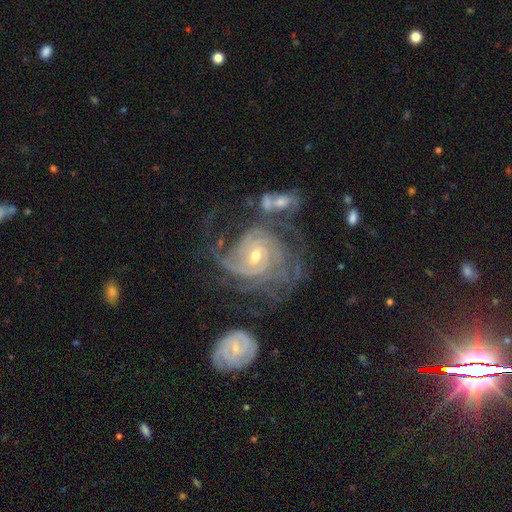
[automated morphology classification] Q: Smooth or featured?
A: featured or disk (89%); runner-up: star or artifact (6%)
Q: Edge-on disk?
A: no (97%); runner-up: yes (3%)
Q: Bar?
A: no (49%); runner-up: weak (38%)
Q: Spiral arms?
A: yes (97%); runner-up: no (3%)
Q: Spiral winding?
A: tight (71%); runner-up: medium (23%)
Q: Spiral arm count?
A: can't tell (28%); runner-up: 3 (25%)
Q: Bulge size?
A: small (49%); runner-up: moderate (47%)
Q: Merging?
A: none (37%); runner-up: major disturbance (24%)